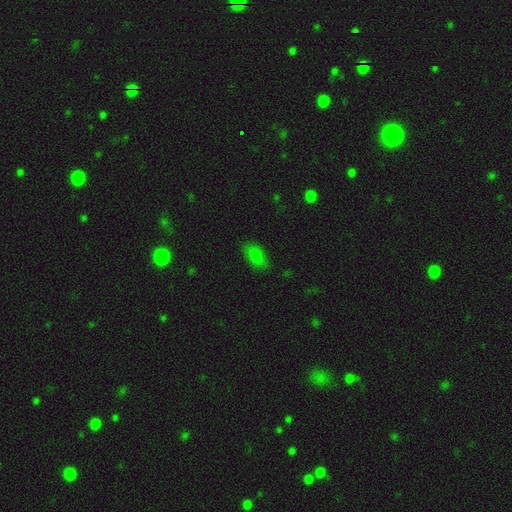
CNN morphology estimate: Smooth or featured: smooth — 79% (star or artifact — 12%)
How rounded: in between — 90% (round — 7%)
Merging: none — 80% (minor disturbance — 15%)